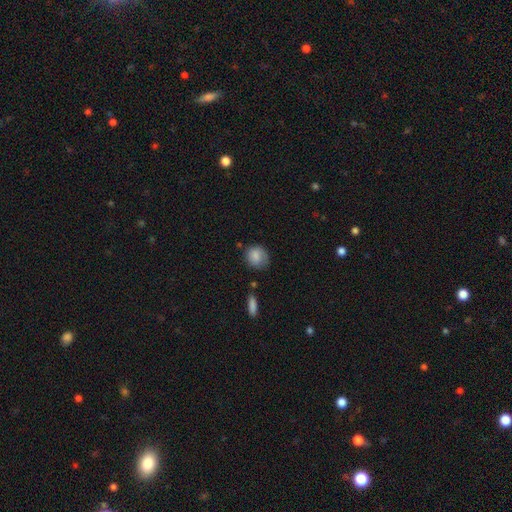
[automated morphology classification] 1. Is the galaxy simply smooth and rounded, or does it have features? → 83% smooth, 9% featured or disk, 8% star or artifact.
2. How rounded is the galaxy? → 71% round, 28% in between, 1% cigar-shaped.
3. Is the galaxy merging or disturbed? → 62% none, 26% minor disturbance, 8% major disturbance, 4% merger.